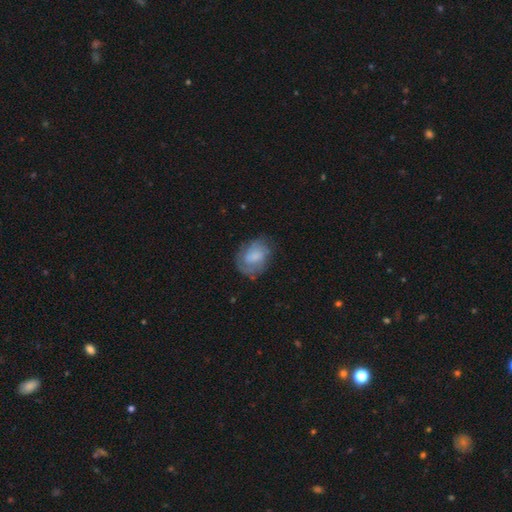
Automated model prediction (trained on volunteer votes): Smooth or featured? Predicted: smooth (p=0.46, tied with featured or disk). Merging? Predicted: none (p=0.64).